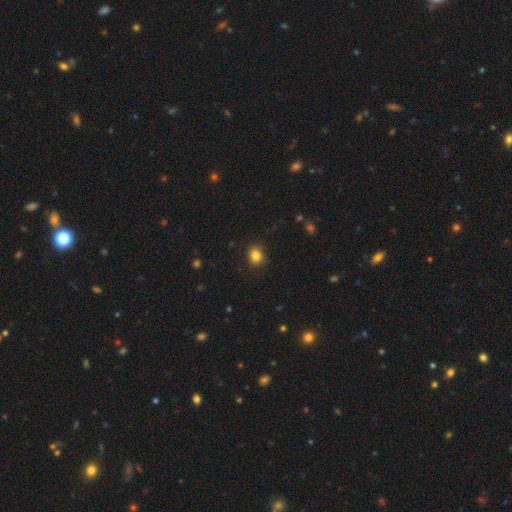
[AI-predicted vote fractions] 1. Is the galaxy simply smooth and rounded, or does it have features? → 84% smooth, 11% star or artifact, 5% featured or disk.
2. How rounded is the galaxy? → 64% round, 35% in between, 1% cigar-shaped.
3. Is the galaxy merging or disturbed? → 83% none, 13% minor disturbance, 3% major disturbance, 1% merger.